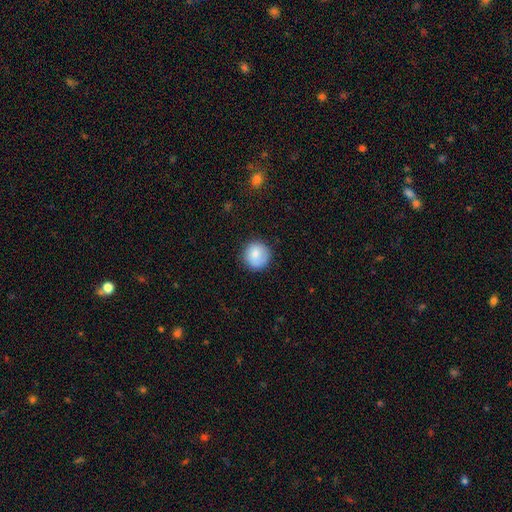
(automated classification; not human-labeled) smooth_or_featured: smooth (p=0.83) [alt: featured or disk p=0.09]
how_rounded: round (p=0.94) [alt: in between p=0.05]
merging: none (p=0.86) [alt: minor disturbance p=0.10]